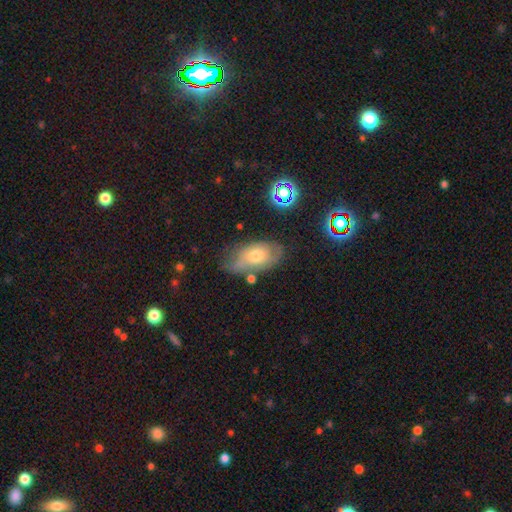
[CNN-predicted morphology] A smooth galaxy with no disk features (51%) that is in between round and cigar-shaped (88%). Merging: none (58%).